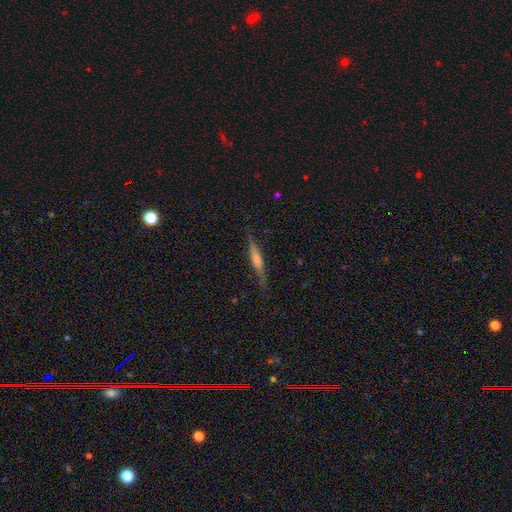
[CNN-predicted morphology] This is likely a featured or disk galaxy (61%). It is clearly viewed edge-on (96%). Edge-on bulge: possibly rounded (47%). Merging: clearly none (84%).